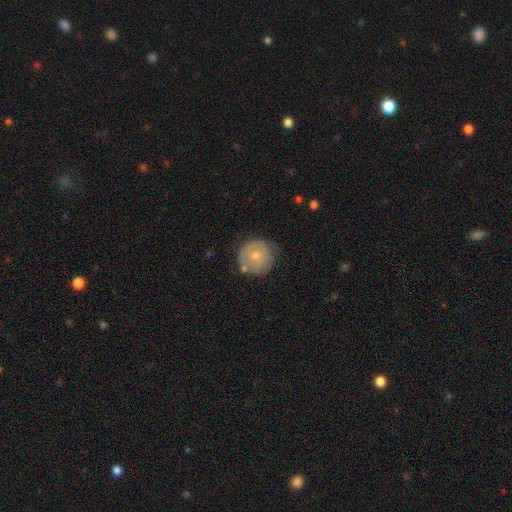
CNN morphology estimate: This appears to be a smooth galaxy with no disk features (65%) that is round (93%). Merging: none (64%).